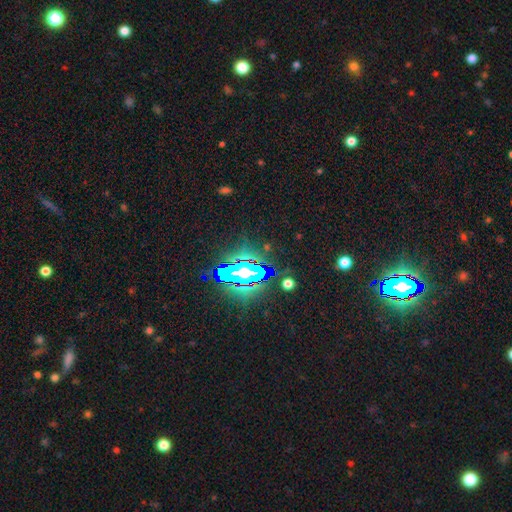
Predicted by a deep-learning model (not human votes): This appears to be a star or artifact, not a galaxy (82%).